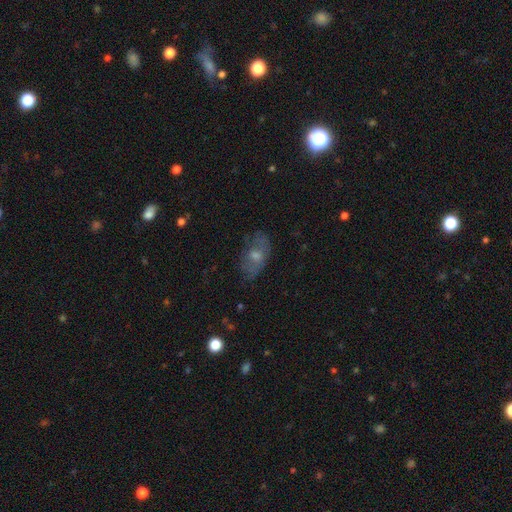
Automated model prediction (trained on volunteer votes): Smooth or featured? smooth (45%)
Merging? none (71%)